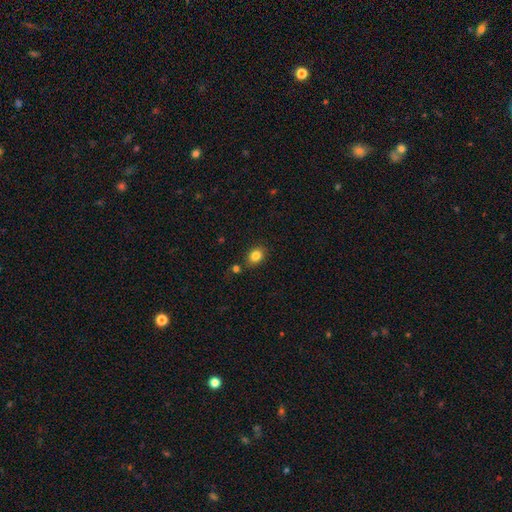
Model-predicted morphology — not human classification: Smooth or featured: smooth — 83% (star or artifact — 10%)
How rounded: in between — 60% (round — 39%)
Merging: none — 80% (minor disturbance — 11%)